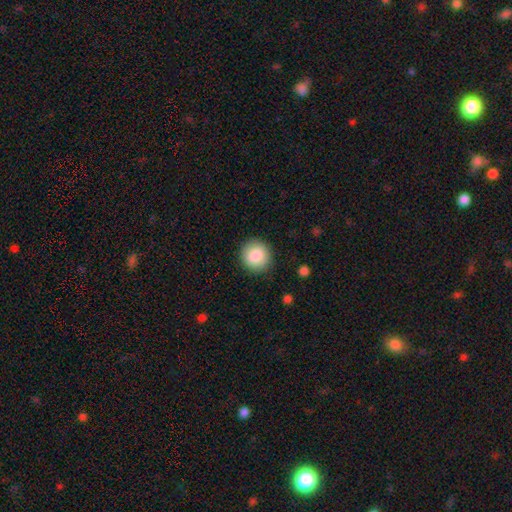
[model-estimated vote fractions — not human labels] smooth_or_featured: smooth (p=0.87) [alt: star or artifact p=0.08]
how_rounded: round (p=0.91) [alt: in between p=0.08]
merging: none (p=0.89) [alt: minor disturbance p=0.07]